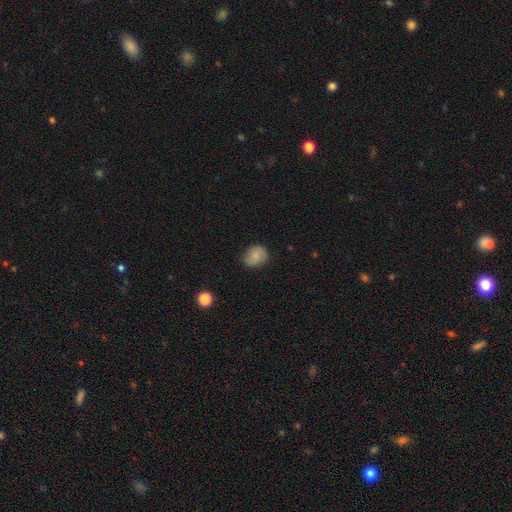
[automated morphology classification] Smooth or featured? Predicted: smooth (p=0.67). How rounded? Predicted: round (p=0.56). Merging? Predicted: none (p=0.76).